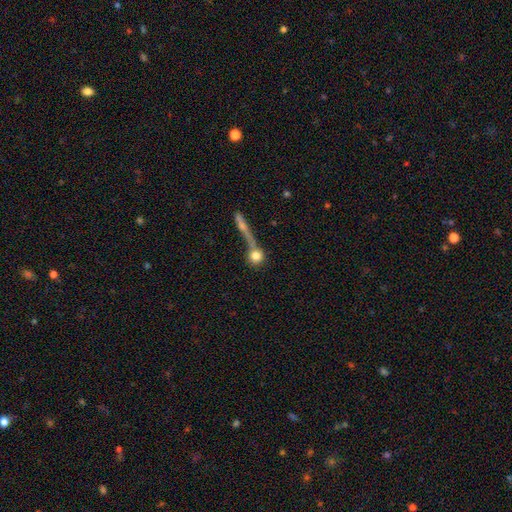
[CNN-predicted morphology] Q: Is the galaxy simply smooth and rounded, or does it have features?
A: smooth — 74%.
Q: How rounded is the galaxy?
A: round — 84%.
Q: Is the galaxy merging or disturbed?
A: none — 48%.